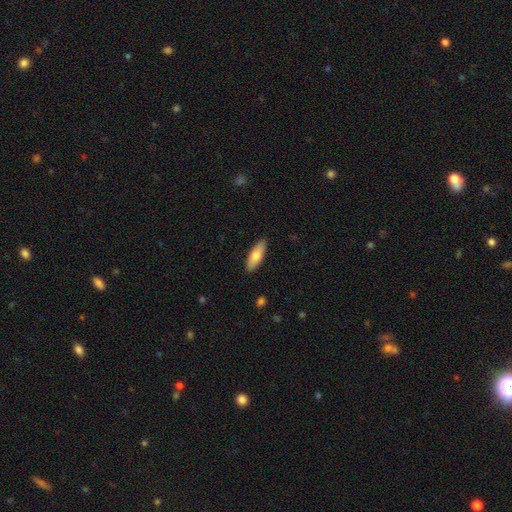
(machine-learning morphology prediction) Smooth or featured: smooth — 73% (featured or disk — 21%)
How rounded: in between — 61% (cigar-shaped — 37%)
Merging: none — 89% (minor disturbance — 8%)